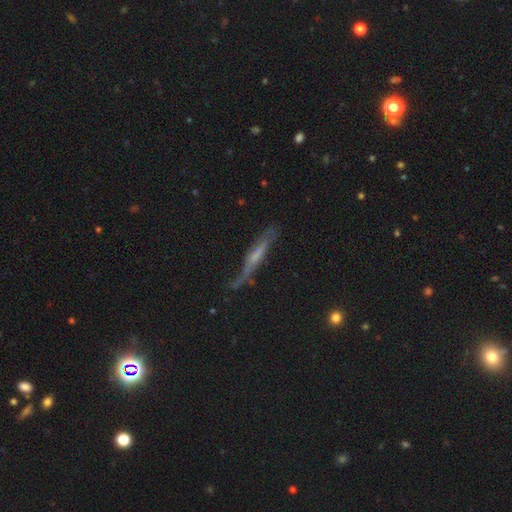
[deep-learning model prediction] This appears to be a featured or disk galaxy (61%) viewed edge-on (84%) with a rounded central bulge (45%). Merging: none (69%).